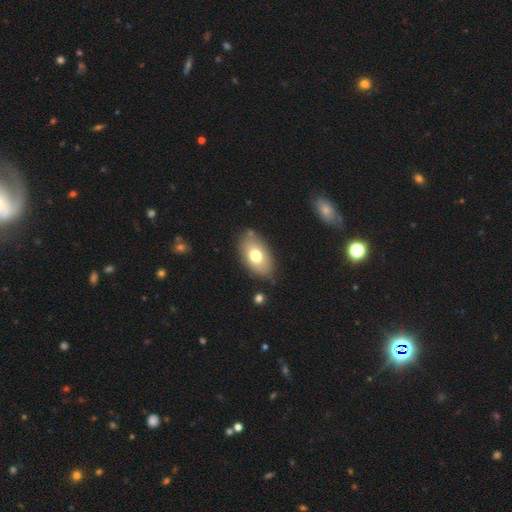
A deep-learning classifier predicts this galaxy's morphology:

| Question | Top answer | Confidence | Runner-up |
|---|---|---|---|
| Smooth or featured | smooth | 71% | featured or disk (21%) |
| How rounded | in between | 91% | round (7%) |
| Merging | none | 79% | minor disturbance (14%) |